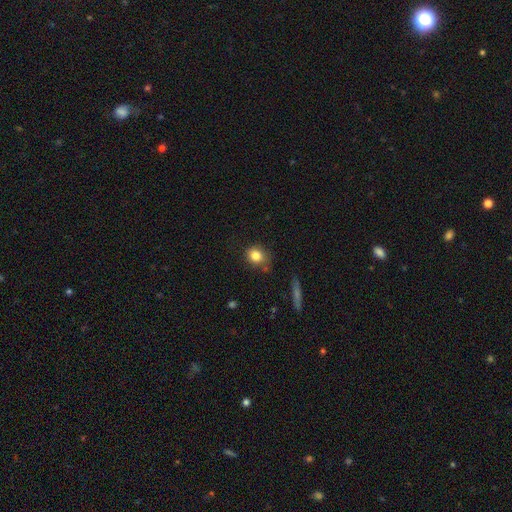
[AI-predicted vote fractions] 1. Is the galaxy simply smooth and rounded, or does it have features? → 82% smooth, 10% star or artifact, 8% featured or disk.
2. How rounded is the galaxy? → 75% round, 24% in between, 1% cigar-shaped.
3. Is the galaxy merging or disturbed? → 76% none, 16% minor disturbance, 4% merger, 4% major disturbance.